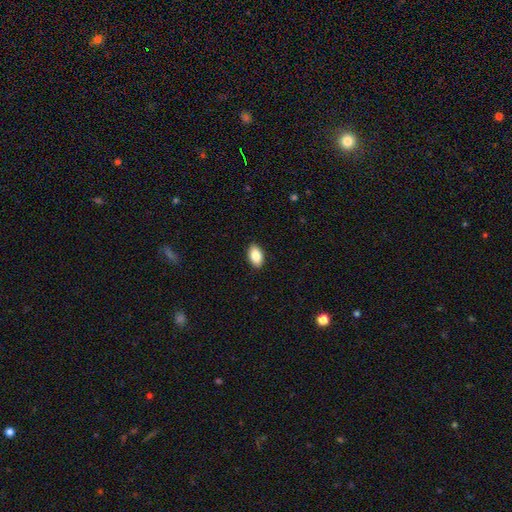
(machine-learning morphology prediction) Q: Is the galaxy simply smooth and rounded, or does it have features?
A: smooth — 87%.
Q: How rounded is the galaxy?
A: in between — 93%.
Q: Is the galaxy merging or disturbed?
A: none — 89%.